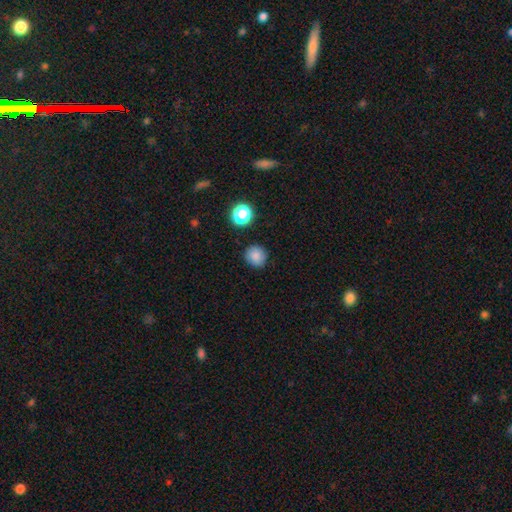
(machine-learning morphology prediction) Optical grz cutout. It shows a smooth galaxy with no disk features (83%) that is round (92%). Merging: none (87%).